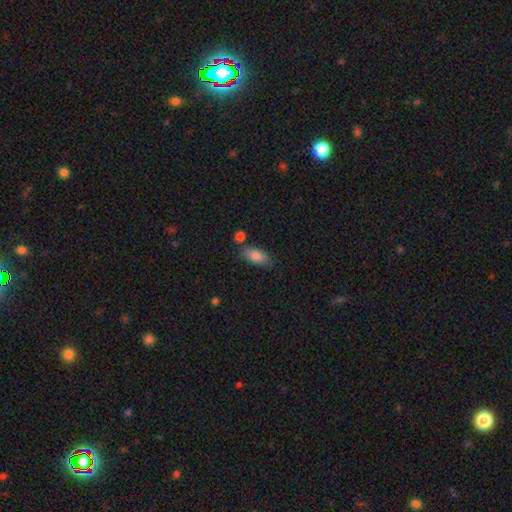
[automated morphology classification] smooth-or-featured: smooth: 83% | featured or disk: 10% | star or artifact: 7%
  how-rounded: in between: 87% | cigar-shaped: 10% | round: 3%
  merging: none: 74% | minor disturbance: 14% | merger: 8% | major disturbance: 3%